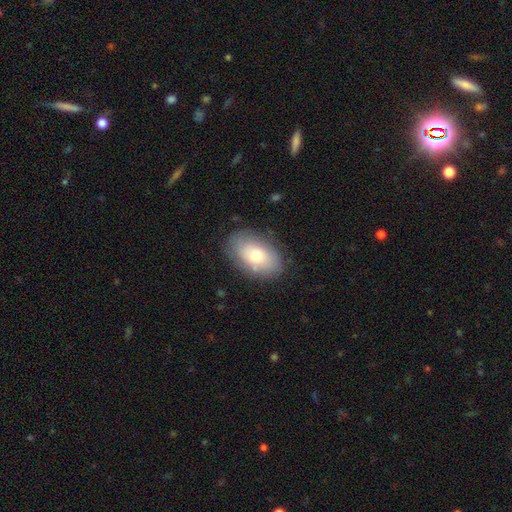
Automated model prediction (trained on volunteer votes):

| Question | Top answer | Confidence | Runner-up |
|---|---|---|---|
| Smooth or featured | smooth | 70% | featured or disk (22%) |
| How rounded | in between | 90% | round (9%) |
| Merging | none | 81% | minor disturbance (14%) |